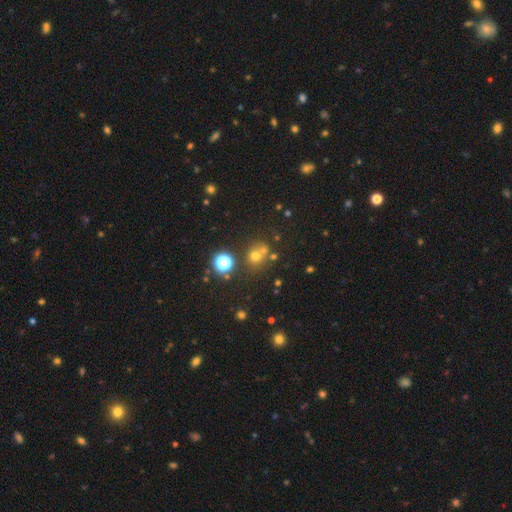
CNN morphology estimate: A smooth galaxy with no disk features (56%) that is round (83%). Merging: none (58%).